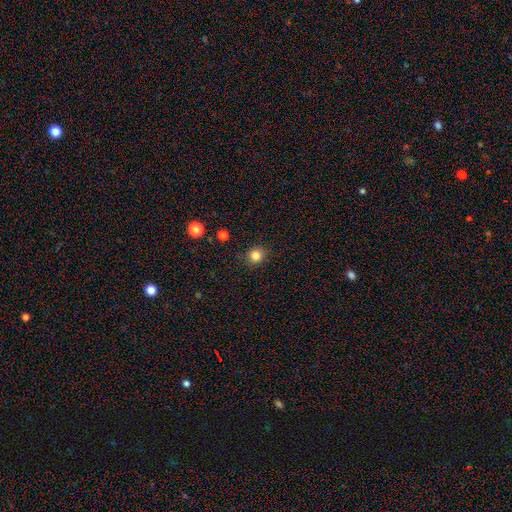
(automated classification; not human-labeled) smooth_or_featured: smooth (p=0.83) [alt: star or artifact p=0.12]
how_rounded: round (p=0.84) [alt: in between p=0.15]
merging: none (p=0.89) [alt: minor disturbance p=0.08]